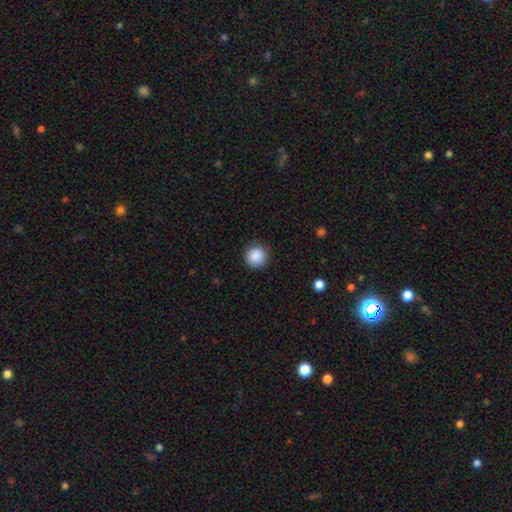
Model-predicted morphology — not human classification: Smooth or featured? Predicted: smooth (p=0.88). How rounded? Predicted: round (p=0.94). Merging? Predicted: none (p=0.89).